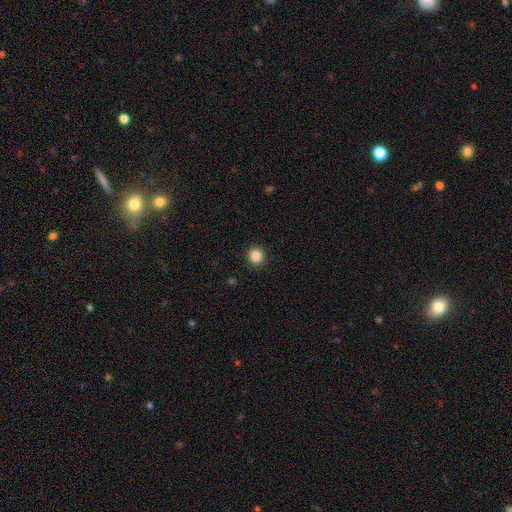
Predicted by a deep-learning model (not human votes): A smooth galaxy with no disk features (87%) that is round (89%). Merging: none (92%).